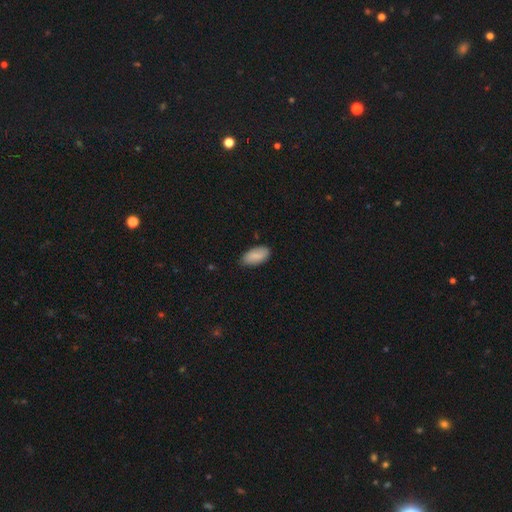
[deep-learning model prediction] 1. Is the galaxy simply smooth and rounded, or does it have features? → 84% smooth, 10% featured or disk, 6% star or artifact.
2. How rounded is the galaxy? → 93% in between, 5% cigar-shaped, 2% round.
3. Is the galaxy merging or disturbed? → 78% none, 18% minor disturbance, 3% major disturbance, 1% merger.